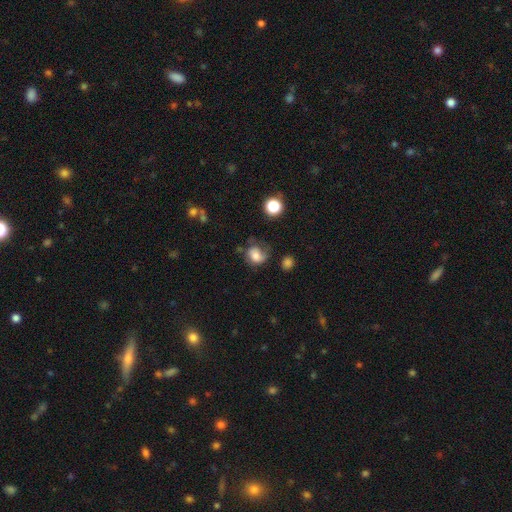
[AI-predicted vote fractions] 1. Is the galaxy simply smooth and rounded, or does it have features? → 62% smooth, 26% featured or disk, 12% star or artifact.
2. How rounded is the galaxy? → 61% round, 38% in between, 1% cigar-shaped.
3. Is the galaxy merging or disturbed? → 43% none, 30% minor disturbance, 23% major disturbance, 4% merger.